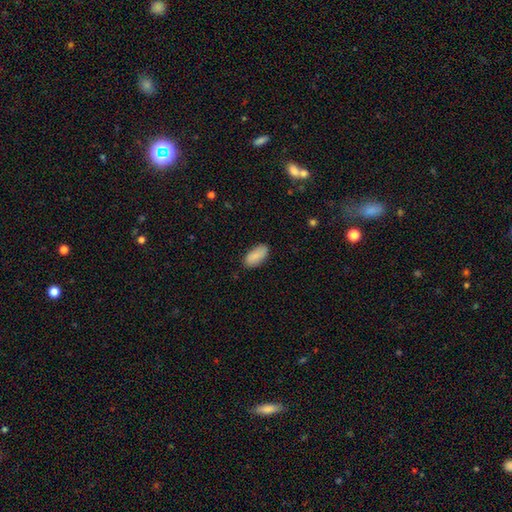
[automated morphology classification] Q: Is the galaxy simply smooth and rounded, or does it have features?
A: smooth — 87%.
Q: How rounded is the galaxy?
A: in between — 92%.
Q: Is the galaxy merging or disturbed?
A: none — 86%.